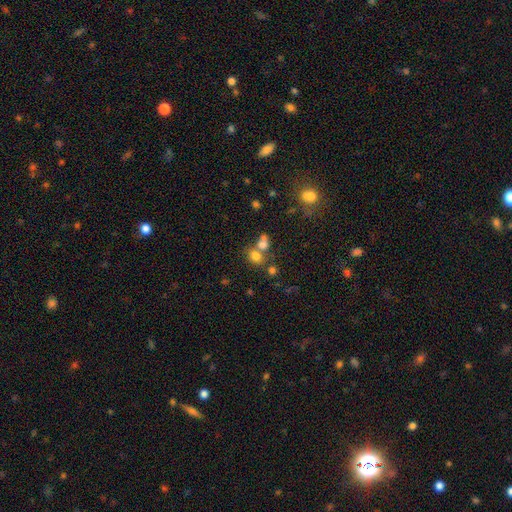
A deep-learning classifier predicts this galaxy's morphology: Smooth or featured: smooth — 75% (star or artifact — 15%)
How rounded: round — 53% (in between — 45%)
Merging: none — 43% (tied with merger — 43%)